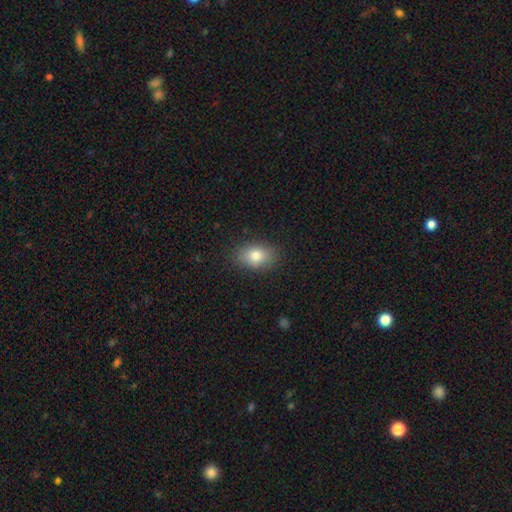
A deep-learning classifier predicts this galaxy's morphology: Smooth or featured? Predicted: smooth (p=0.80). How rounded? Predicted: in between (p=0.79). Merging? Predicted: none (p=0.85).